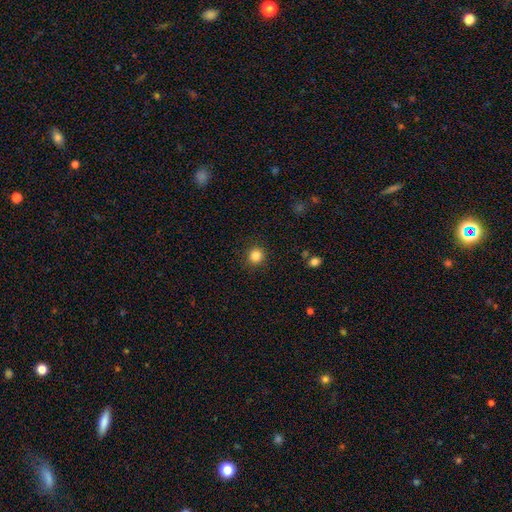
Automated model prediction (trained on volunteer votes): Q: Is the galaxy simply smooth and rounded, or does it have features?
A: smooth — 84%.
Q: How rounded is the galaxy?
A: round — 93%.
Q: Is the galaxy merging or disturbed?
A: none — 90%.